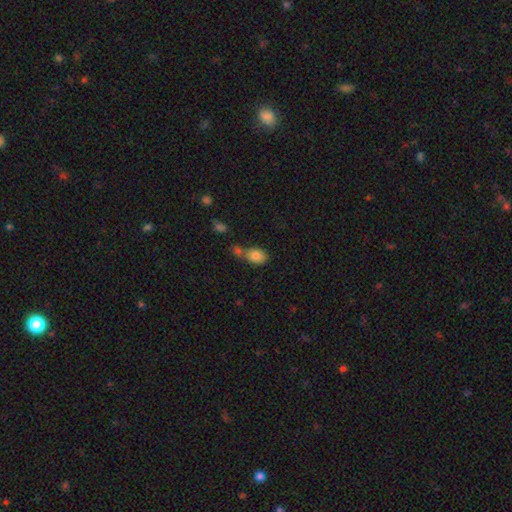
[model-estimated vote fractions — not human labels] A smooth galaxy with no disk features (81%) that is in between round and cigar-shaped (75%). Merging: none (43%).